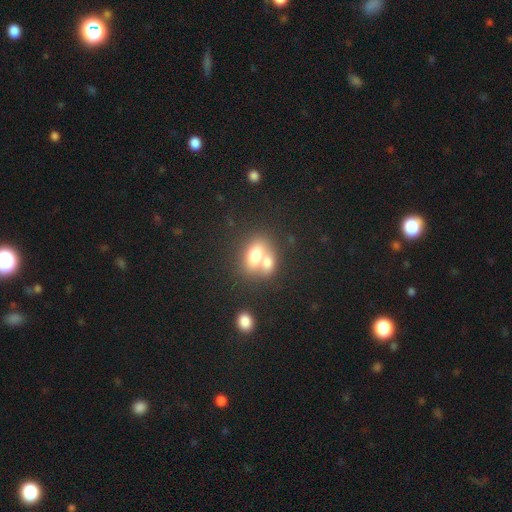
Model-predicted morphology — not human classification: Smooth or featured?
  - smooth: 70% *
  - featured or disk: 21%
  - star or artifact: 10%
How rounded?
  - in between: 73% *
  - round: 25%
  - cigar-shaped: 2%
Merging?
  - merger: 60% *
  - none: 28%
  - minor disturbance: 8%
  - major disturbance: 4%